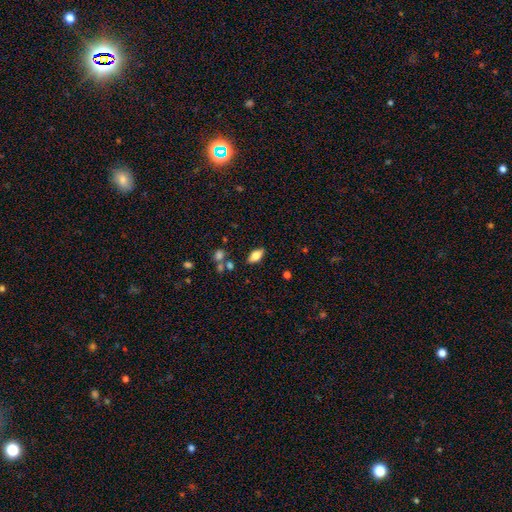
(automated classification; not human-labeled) Smooth or featured: smooth — 71% (featured or disk — 21%)
How rounded: in between — 87% (cigar-shaped — 10%)
Merging: none — 83% (minor disturbance — 11%)